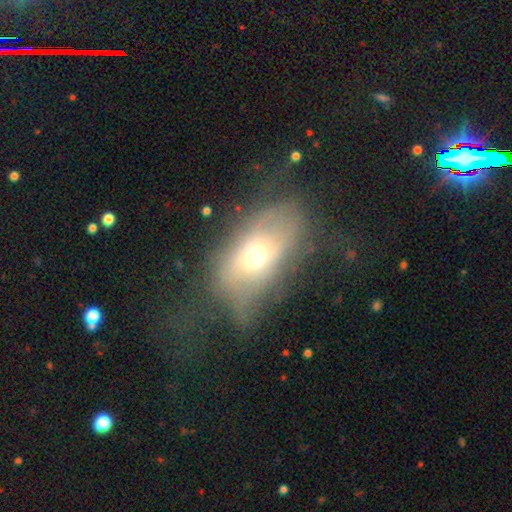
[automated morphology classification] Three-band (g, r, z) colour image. It shows a smooth galaxy with no disk features (51%) that is in between round and cigar-shaped (83%). Merging: none (35%).